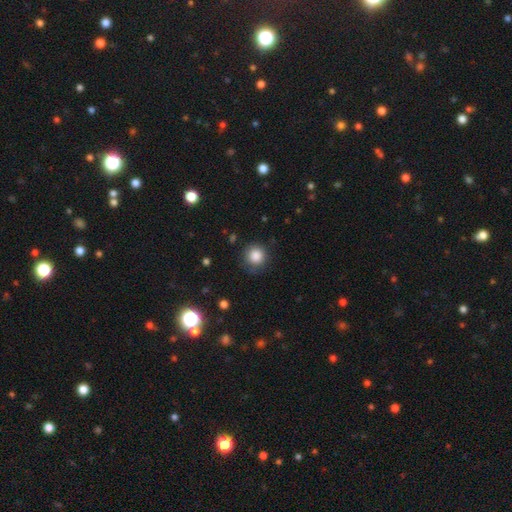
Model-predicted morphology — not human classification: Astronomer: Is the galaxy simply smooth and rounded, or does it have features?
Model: smooth — 85%.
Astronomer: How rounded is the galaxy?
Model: round — 93%.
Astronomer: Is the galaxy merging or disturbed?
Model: none — 80%.